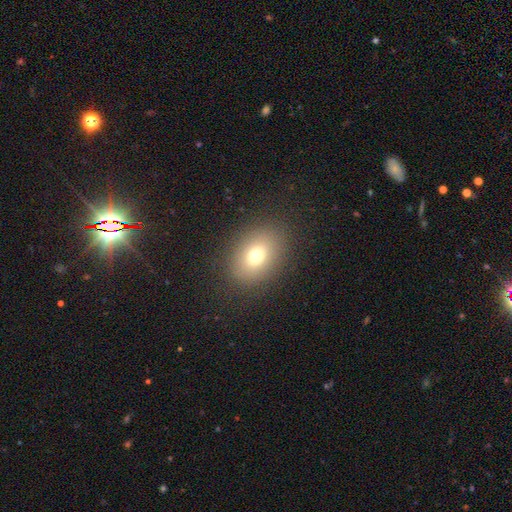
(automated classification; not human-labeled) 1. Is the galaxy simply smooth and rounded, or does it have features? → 73% smooth, 14% star or artifact, 13% featured or disk.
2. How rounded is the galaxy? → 63% in between, 36% round, 1% cigar-shaped.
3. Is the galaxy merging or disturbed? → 86% none, 9% minor disturbance, 4% major disturbance, 1% merger.